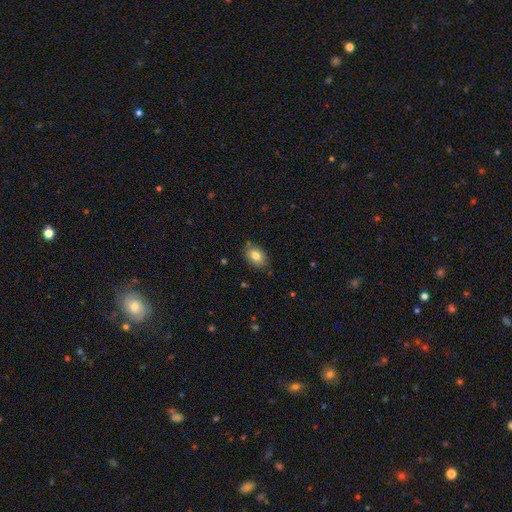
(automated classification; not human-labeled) smooth-or-featured: smooth: 79% | featured or disk: 13% | star or artifact: 8%
  how-rounded: in between: 80% | round: 18% | cigar-shaped: 1%
  merging: none: 80% | minor disturbance: 16% | major disturbance: 3% | merger: 2%